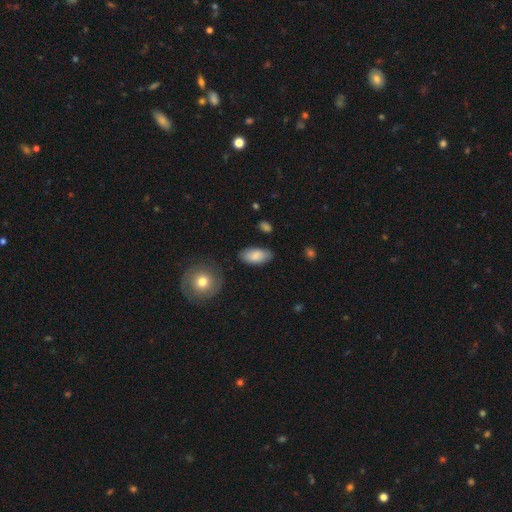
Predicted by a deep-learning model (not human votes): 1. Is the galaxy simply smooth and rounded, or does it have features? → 85% smooth, 9% featured or disk, 6% star or artifact.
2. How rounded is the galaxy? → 93% in between, 5% cigar-shaped, 2% round.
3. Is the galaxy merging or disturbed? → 83% none, 12% minor disturbance, 3% major disturbance, 2% merger.